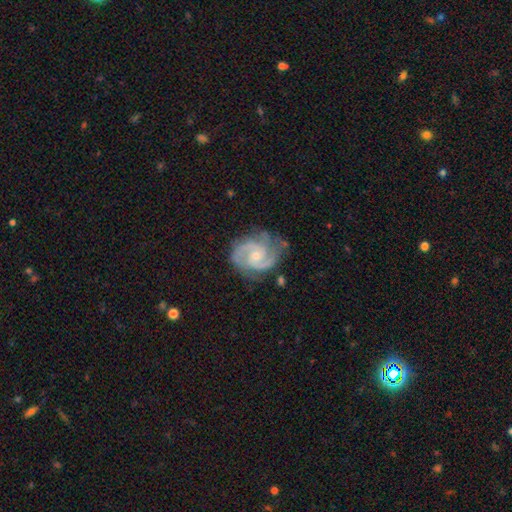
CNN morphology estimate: A featured or disk galaxy (92%) with no bar (61%), 2 (79%) medium (52%) spiral arms (98%) and a small central bulge (62%).

Vote fractions:
- Smooth or featured? featured or disk: 92% / star or artifact: 4% / smooth: 4%
- Edge-on disk? no: 98% / yes: 2%
- Bar? no: 61% / weak: 32% / strong: 6%
- Spiral arms? yes: 98% / no: 2%
- Spiral winding? medium: 52% / tight: 41% / loose: 7%
- Spiral arm count? 2: 79% / 3: 13% / can't tell: 3% / 4: 2% / 1: 2% / more than 4: 2%
- Bulge size? small: 62% / moderate: 34% / none: 2% / large: 1% / dominant: 1%
- Merging? none: 74% / minor disturbance: 19% / major disturbance: 6% / merger: 2%